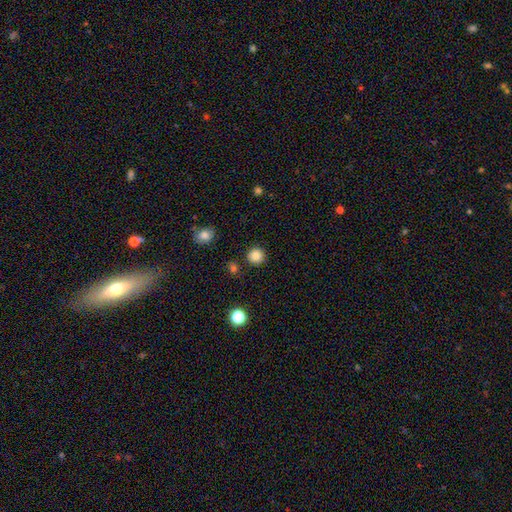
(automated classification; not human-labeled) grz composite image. It shows a smooth galaxy with no disk features (86%) that is round (94%). Merging: none (90%).